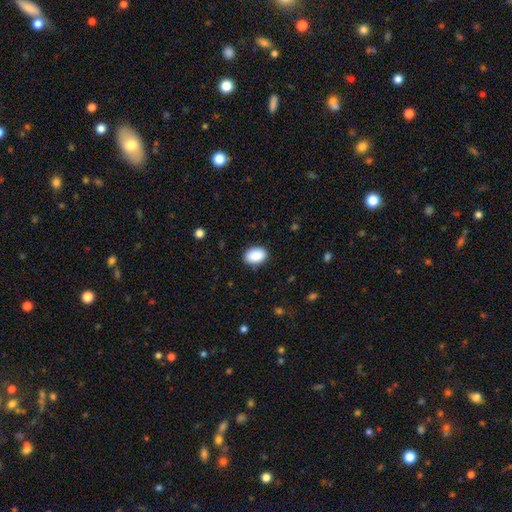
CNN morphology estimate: Smooth or featured: smooth — 90% (star or artifact — 7%)
How rounded: in between — 85% (round — 14%)
Merging: none — 87% (minor disturbance — 10%)